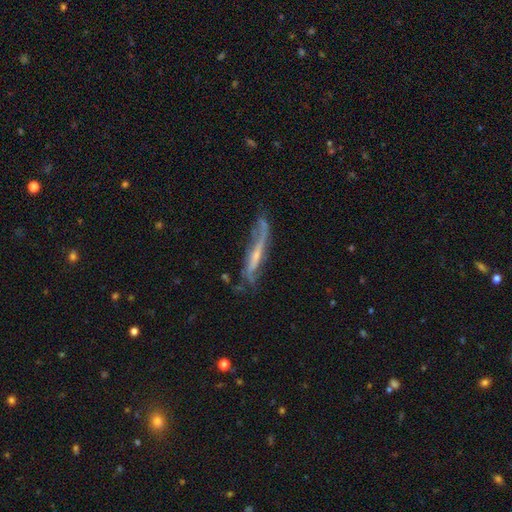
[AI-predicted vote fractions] featured or disk 72%, smooth 21%, star or artifact 7%. Down the decision tree: edge-on disk — yes (63%); merging — none (50%).